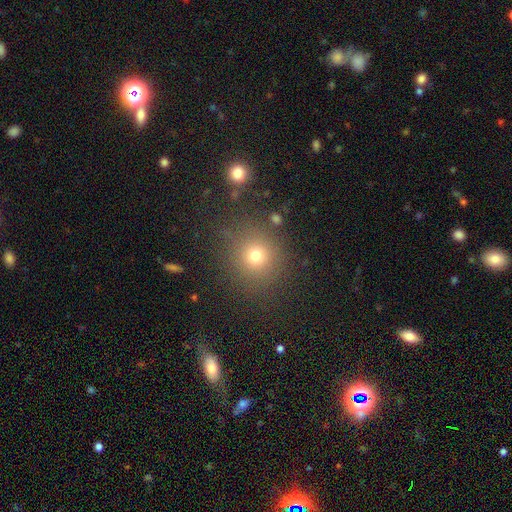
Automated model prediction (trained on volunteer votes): The model was most divided on "smooth or featured": smooth: 73%, star or artifact: 19%, featured or disk: 8%. More confident: how rounded — round (91%); merging — none (84%).